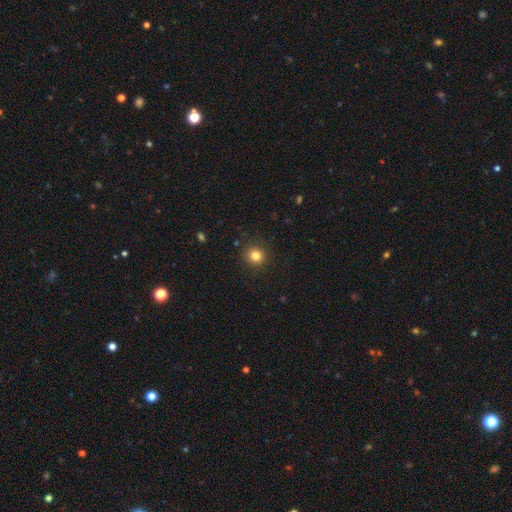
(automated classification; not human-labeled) The model was most divided on "smooth or featured": smooth: 82%, star or artifact: 12%, featured or disk: 5%. More confident: how rounded — round (92%); merging — none (90%).